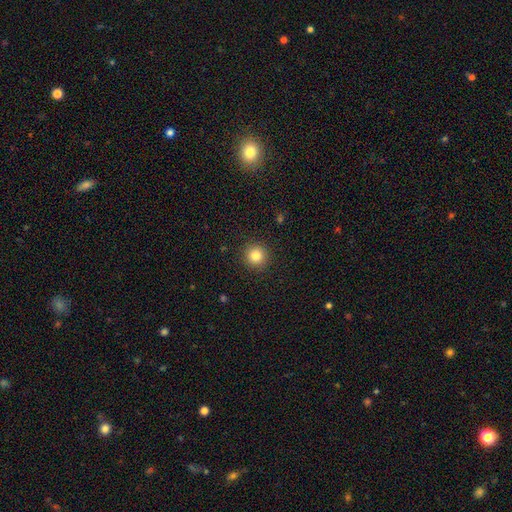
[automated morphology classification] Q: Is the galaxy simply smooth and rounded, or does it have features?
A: smooth — 83%.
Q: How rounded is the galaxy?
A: round — 94%.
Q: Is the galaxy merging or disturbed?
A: none — 91%.